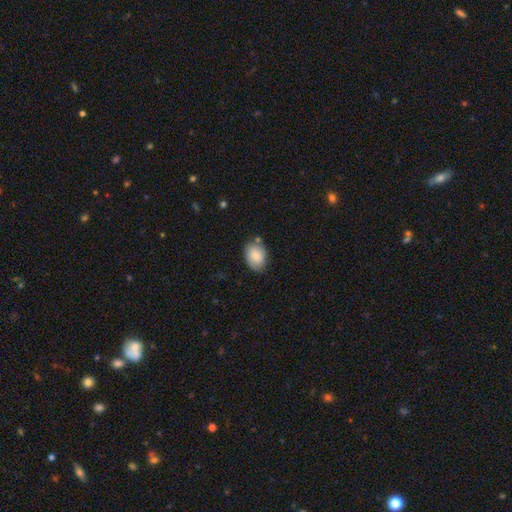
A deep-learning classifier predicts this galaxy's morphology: Smooth or featured? smooth (80%)
How rounded? in between (79%)
Merging? none (70%)